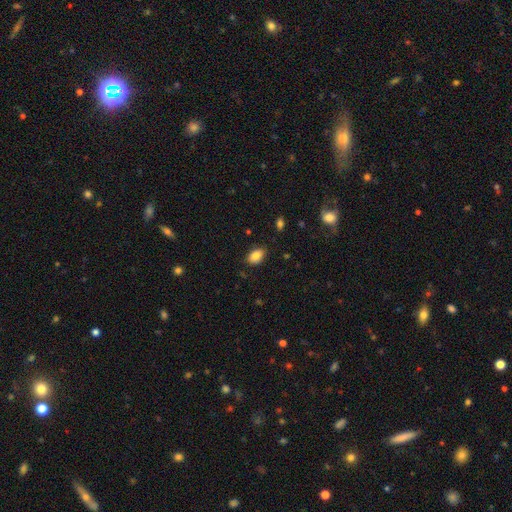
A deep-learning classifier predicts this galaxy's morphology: type=smooth (84%); roundness=in between (85%); merging=none (83%).